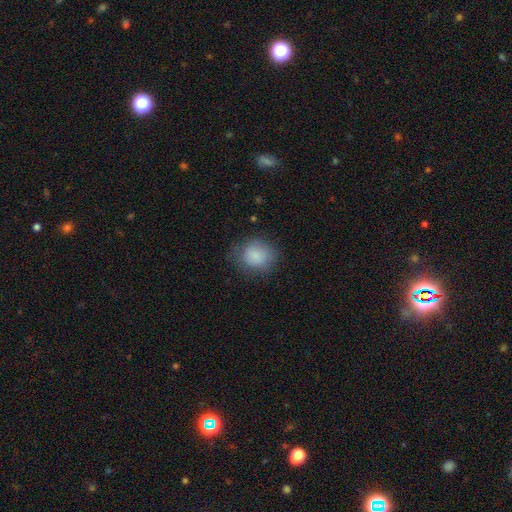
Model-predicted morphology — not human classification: smooth-or-featured: smooth: 86% | star or artifact: 8% | featured or disk: 6%
  how-rounded: round: 74% | in between: 25% | cigar-shaped: 1%
  merging: none: 73% | minor disturbance: 19% | major disturbance: 7% | merger: 1%